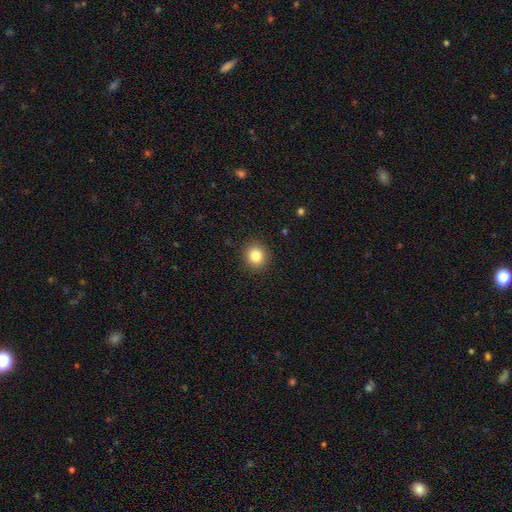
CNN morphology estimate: Smooth or featured? smooth (83%)
How rounded? round (88%)
Merging? none (91%)